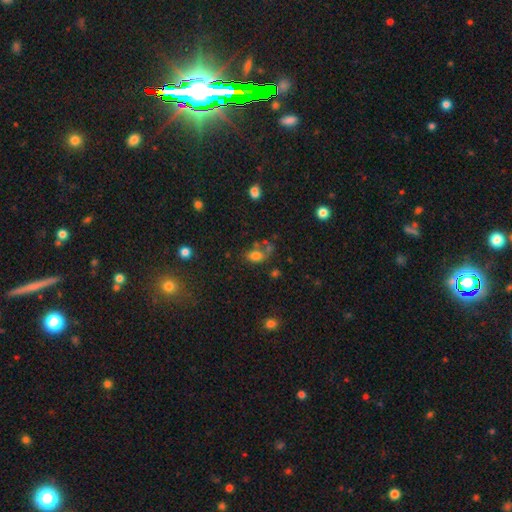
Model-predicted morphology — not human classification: smooth-or-featured: smooth: 72% | star or artifact: 16% | featured or disk: 12%
  how-rounded: in between: 76% | round: 22% | cigar-shaped: 2%
  merging: none: 41% | merger: 25% | minor disturbance: 19% | major disturbance: 16%